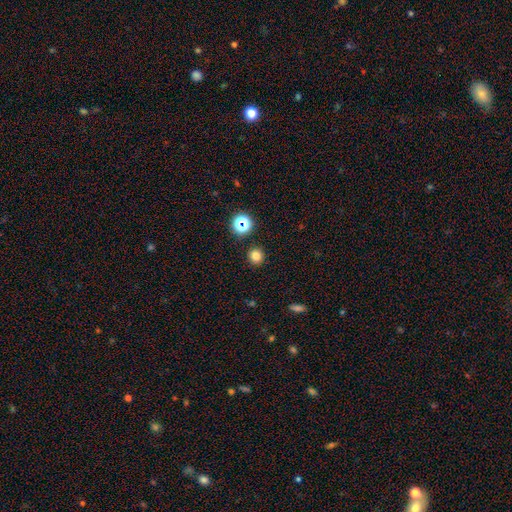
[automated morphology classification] Smooth or featured? Predicted: smooth (p=0.78). How rounded? Predicted: round (p=0.94). Merging? Predicted: none (p=0.91).